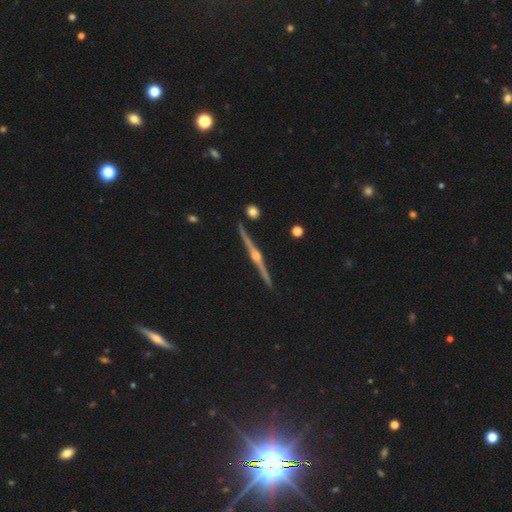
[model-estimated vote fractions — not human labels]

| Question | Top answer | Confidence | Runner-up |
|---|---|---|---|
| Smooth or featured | featured or disk | 89% | smooth (6%) |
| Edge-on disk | yes | 99% | no (1%) |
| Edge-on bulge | rounded | 92% | boxy (4%) |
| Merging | none | 92% | minor disturbance (5%) |